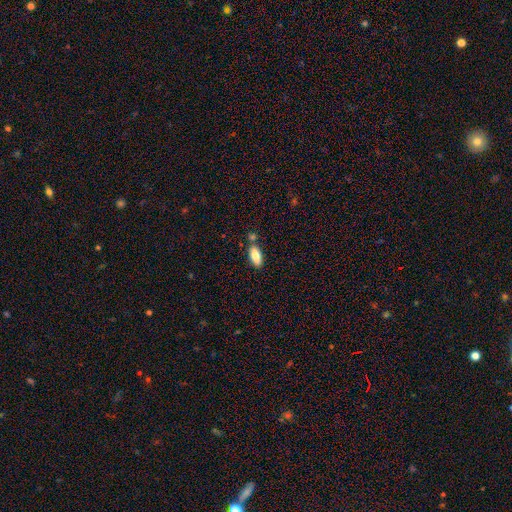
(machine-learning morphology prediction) Smooth or featured? smooth (82%)
How rounded? in between (85%)
Merging? none (75%)